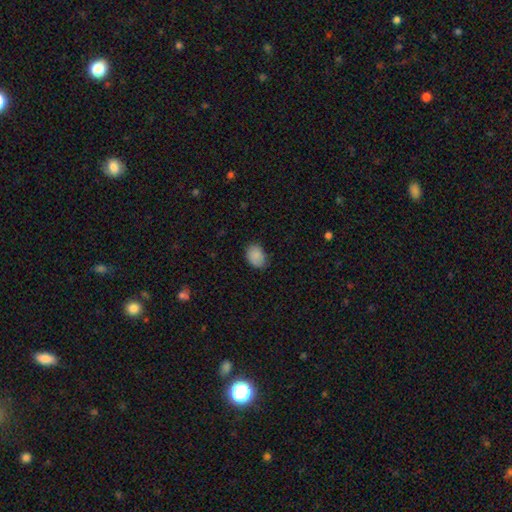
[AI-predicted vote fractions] Q: Smooth or featured?
A: smooth (88%); runner-up: star or artifact (8%)
Q: How rounded?
A: in between (73%); runner-up: round (26%)
Q: Merging?
A: none (78%); runner-up: minor disturbance (18%)